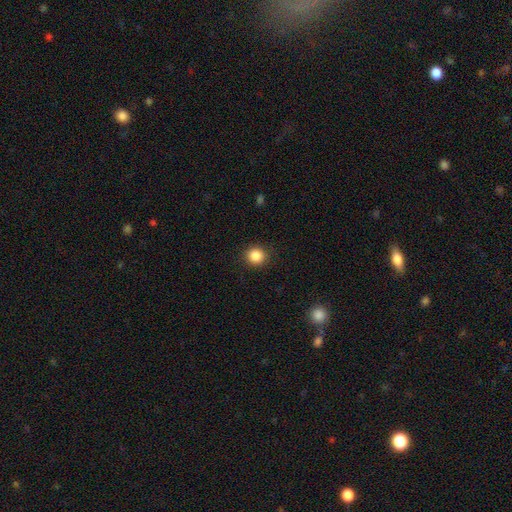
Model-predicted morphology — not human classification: Smooth or featured: smooth — 86% (star or artifact — 10%)
How rounded: round — 90% (in between — 9%)
Merging: none — 90% (minor disturbance — 7%)